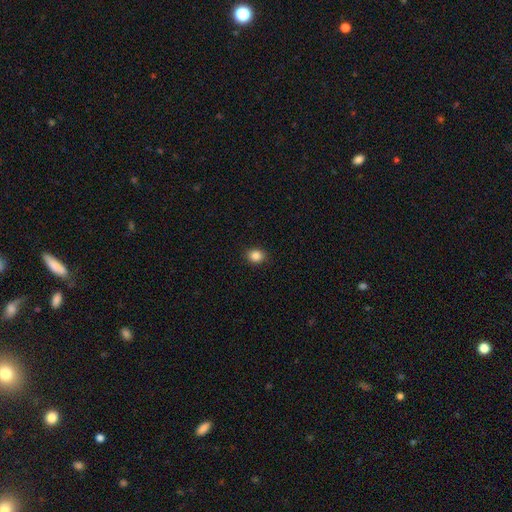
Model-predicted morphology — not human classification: smooth 86%, star or artifact 10%, featured or disk 4%. Down the decision tree: how rounded — round (63%); merging — none (90%).